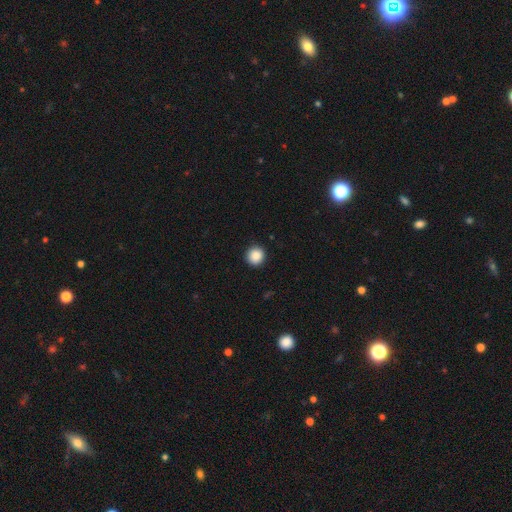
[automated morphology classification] smooth_or_featured: smooth (p=0.89) [alt: star or artifact p=0.09]
how_rounded: round (p=0.94) [alt: in between p=0.05]
merging: none (p=0.91) [alt: minor disturbance p=0.06]